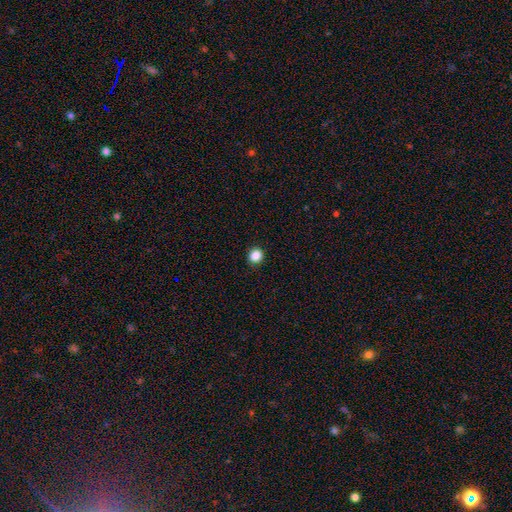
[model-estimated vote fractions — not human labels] Morphology: type=smooth (86%); roundness=round (88%); merging=none (92%).